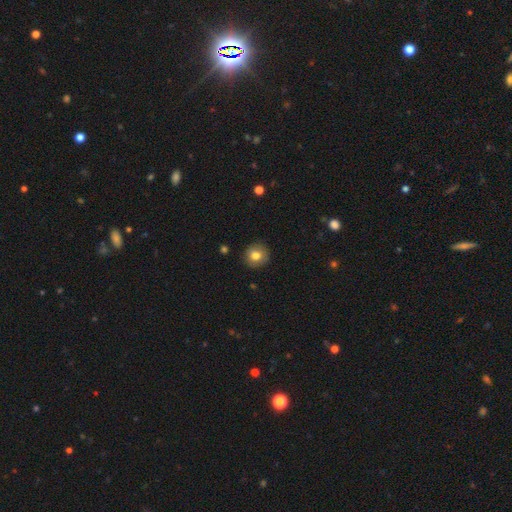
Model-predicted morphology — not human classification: Smooth or featured? smooth (79%)
How rounded? round (91%)
Merging? none (89%)